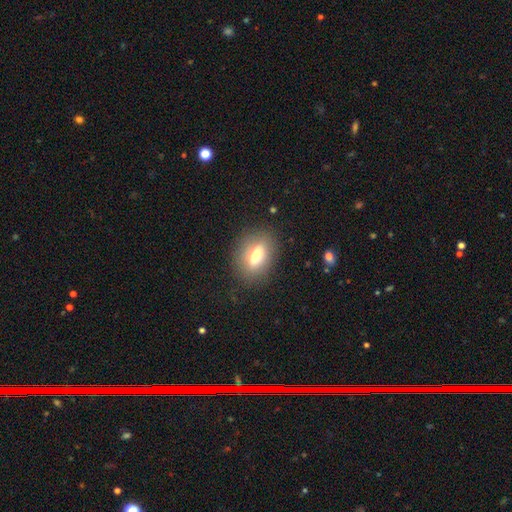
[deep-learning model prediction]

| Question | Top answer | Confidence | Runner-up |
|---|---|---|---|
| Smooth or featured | smooth | 70% | featured or disk (21%) |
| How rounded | in between | 79% | round (15%) |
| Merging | none | 83% | minor disturbance (11%) |